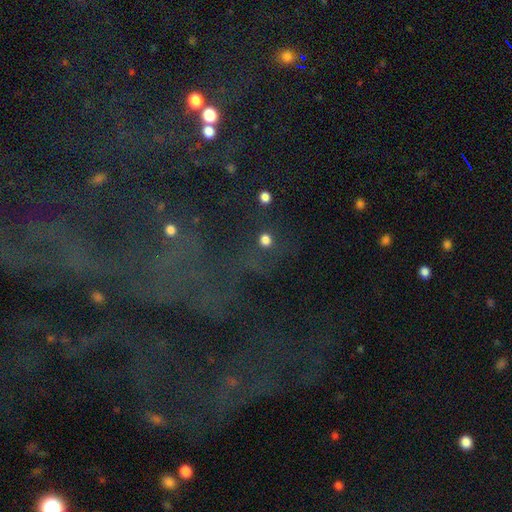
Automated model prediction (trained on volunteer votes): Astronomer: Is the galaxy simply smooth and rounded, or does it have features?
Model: star or artifact — 73%.